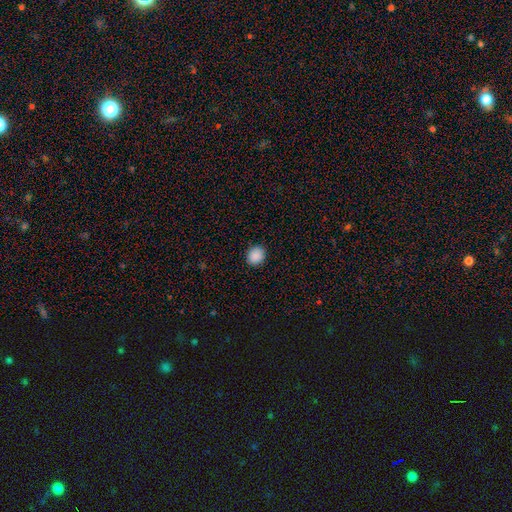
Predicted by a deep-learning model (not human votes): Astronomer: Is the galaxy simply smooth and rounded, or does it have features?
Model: smooth — 89%.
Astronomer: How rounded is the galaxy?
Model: round — 75%.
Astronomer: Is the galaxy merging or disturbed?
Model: none — 90%.